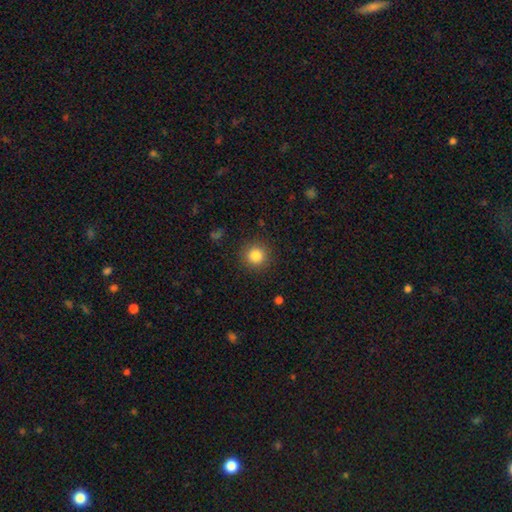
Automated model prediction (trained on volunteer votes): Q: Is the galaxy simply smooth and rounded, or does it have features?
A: smooth — 83%.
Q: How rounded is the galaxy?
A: round — 94%.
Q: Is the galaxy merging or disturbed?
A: none — 89%.